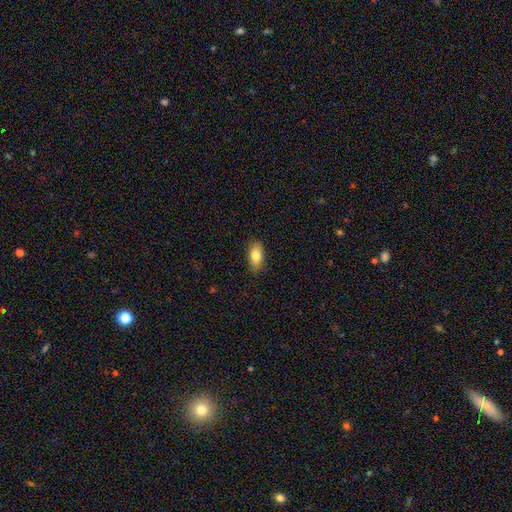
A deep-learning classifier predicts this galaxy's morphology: Smooth or featured: smooth — 81% (featured or disk — 11%)
How rounded: in between — 90% (round — 5%)
Merging: none — 86% (minor disturbance — 11%)